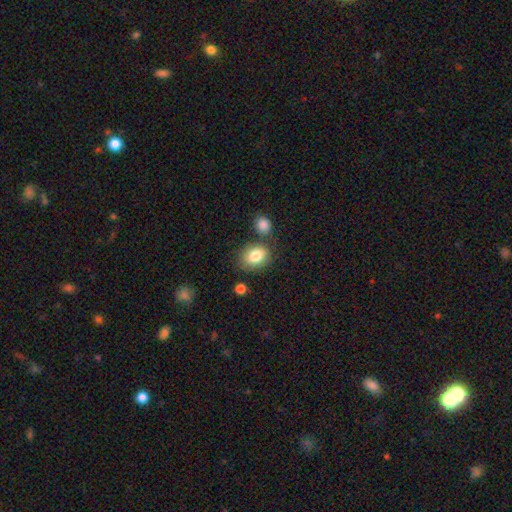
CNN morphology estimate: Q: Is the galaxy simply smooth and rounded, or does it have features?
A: smooth — 82%.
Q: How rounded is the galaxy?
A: in between — 62%.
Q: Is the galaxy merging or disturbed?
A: none — 69%.